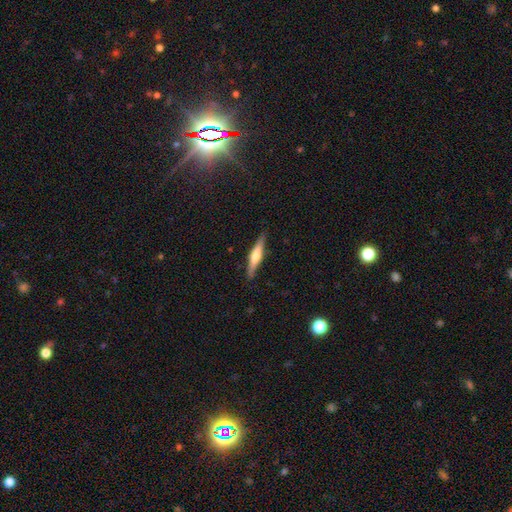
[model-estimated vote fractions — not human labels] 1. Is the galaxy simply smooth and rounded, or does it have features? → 54% featured or disk, 40% smooth, 6% star or artifact.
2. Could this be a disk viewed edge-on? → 96% yes, 4% no.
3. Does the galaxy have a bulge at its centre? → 78% rounded, 13% boxy, 9% none.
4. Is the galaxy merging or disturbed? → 88% none, 9% minor disturbance, 2% major disturbance, 1% merger.